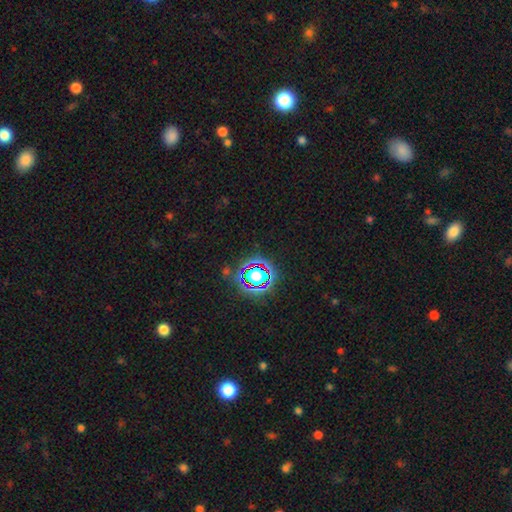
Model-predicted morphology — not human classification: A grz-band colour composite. It shows a star or artifact, not a galaxy (79%).